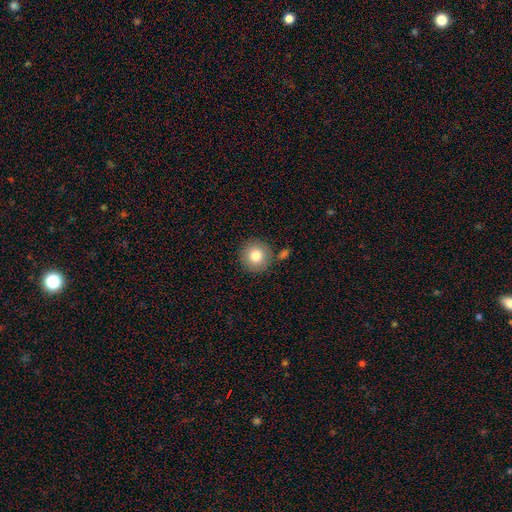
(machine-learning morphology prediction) Smooth or featured: smooth — 80% (featured or disk — 10%)
How rounded: round — 95% (in between — 4%)
Merging: none — 83% (minor disturbance — 8%)